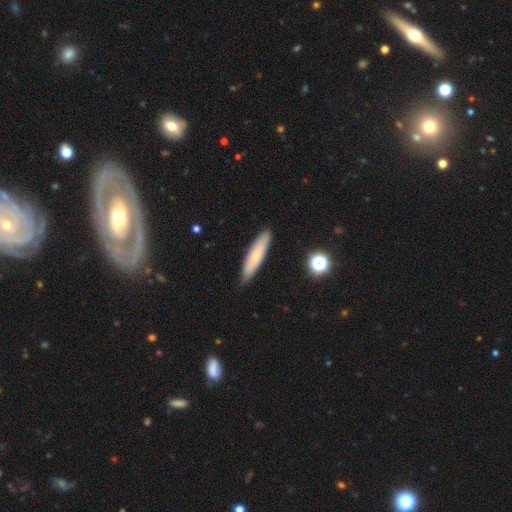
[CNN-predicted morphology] This appears to be a smooth galaxy with no disk features (62%) that is cigar-shaped (79%). Merging: none (84%).